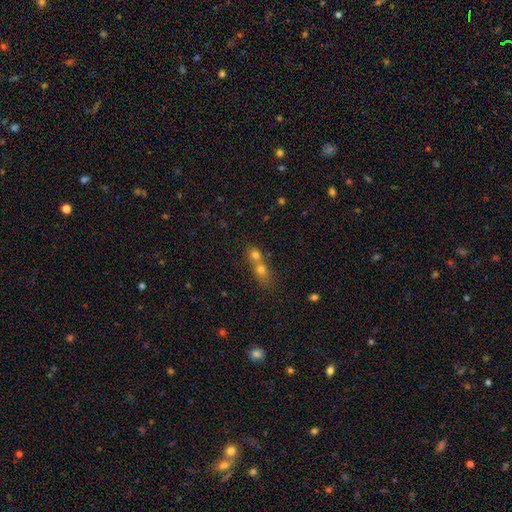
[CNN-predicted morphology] type=smooth (66%); roundness=round (59%); merging=merger (68%).